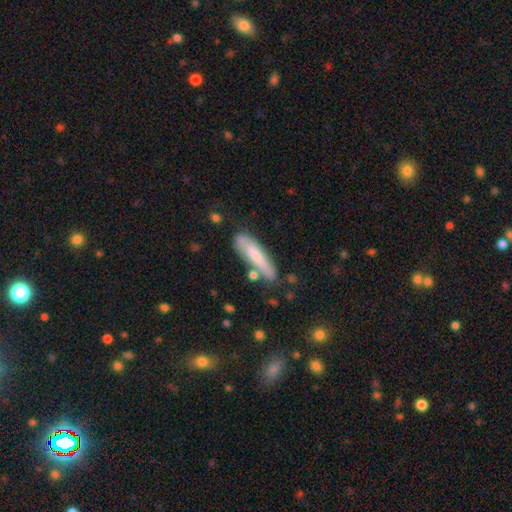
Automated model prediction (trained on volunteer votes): A smooth galaxy with no disk features (69%) that is cigar-shaped (77%).

Vote fractions:
- Smooth or featured? smooth: 69% / featured or disk: 25% / star or artifact: 6%
- How rounded? cigar-shaped: 77% / in between: 22% / round: 2%
- Merging? none: 69% / minor disturbance: 19% / merger: 7% / major disturbance: 5%